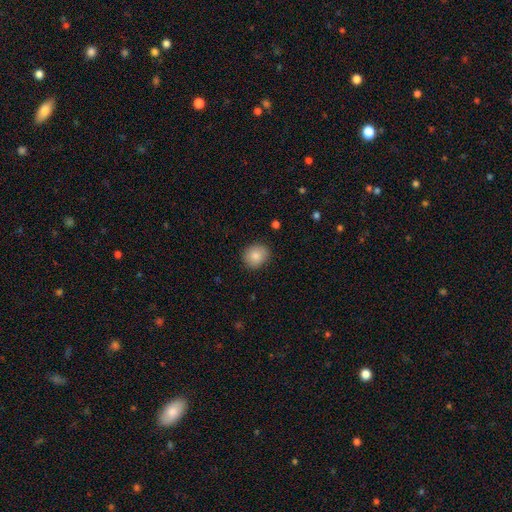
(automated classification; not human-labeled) A smooth galaxy with no disk features (86%) that is round (70%).

Vote fractions:
- Smooth or featured? smooth: 86% / star or artifact: 8% / featured or disk: 6%
- How rounded? round: 70% / in between: 29% / cigar-shaped: 1%
- Merging? none: 86% / minor disturbance: 10% / major disturbance: 2% / merger: 1%